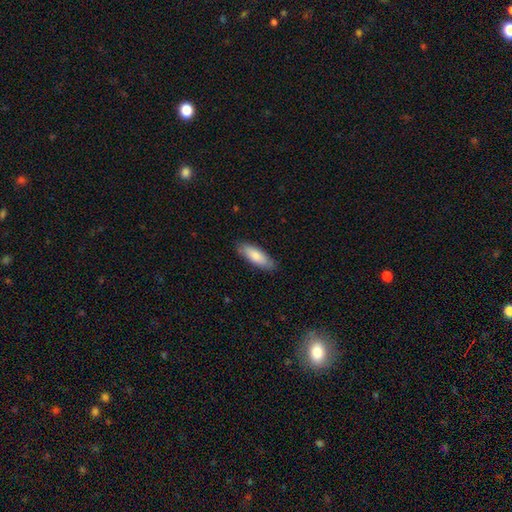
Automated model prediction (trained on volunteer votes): A smooth galaxy with no disk features (82%) that is in between round and cigar-shaped (58%). Merging: none (86%).